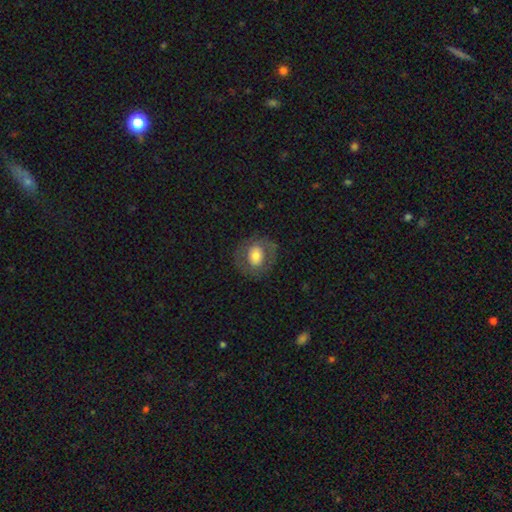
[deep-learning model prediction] This is possibly a smooth galaxy (51%). How rounded: likely round (64%). Merging: likely none (77%).